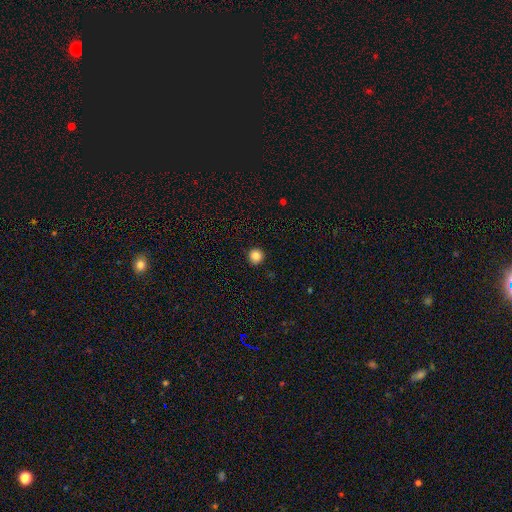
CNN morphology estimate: smooth 84%, star or artifact 11%, featured or disk 5%. Down the decision tree: how rounded — round (96%); merging — none (93%).